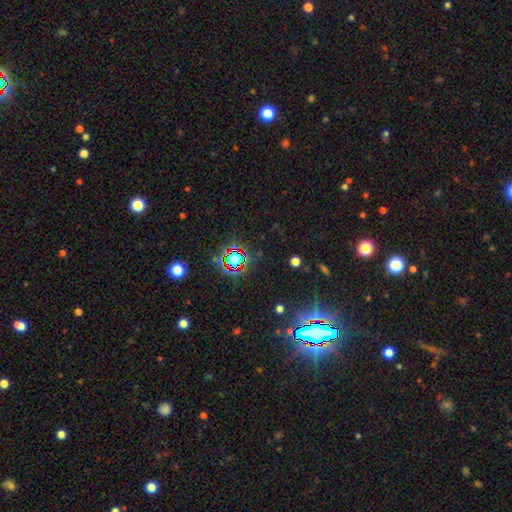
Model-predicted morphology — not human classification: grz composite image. It shows a star or artifact, not a galaxy (81%).